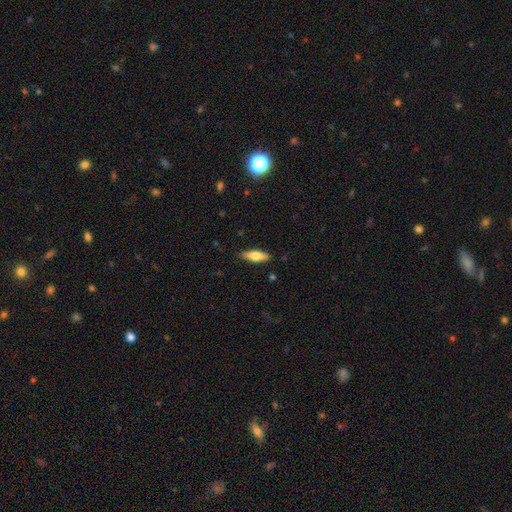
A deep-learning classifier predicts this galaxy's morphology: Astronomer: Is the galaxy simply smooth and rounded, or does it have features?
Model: smooth — 68%.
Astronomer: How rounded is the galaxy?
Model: in between — 54% (runner-up: cigar-shaped, 44%).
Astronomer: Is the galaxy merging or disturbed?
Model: none — 87%.